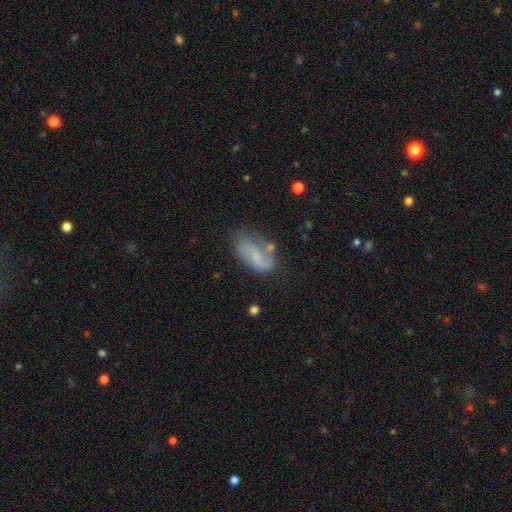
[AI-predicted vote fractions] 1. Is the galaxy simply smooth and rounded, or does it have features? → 50% smooth, 41% featured or disk, 9% star or artifact.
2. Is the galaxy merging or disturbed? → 48% none, 27% minor disturbance, 15% major disturbance, 10% merger.